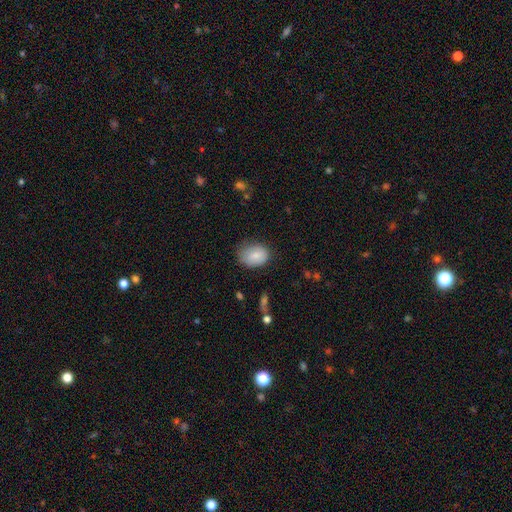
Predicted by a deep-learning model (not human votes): Smooth or featured?
  - smooth: 81% *
  - featured or disk: 12%
  - star or artifact: 7%
How rounded?
  - in between: 72% *
  - round: 27%
  - cigar-shaped: 1%
Merging?
  - none: 65% *
  - minor disturbance: 27%
  - major disturbance: 7%
  - merger: 1%